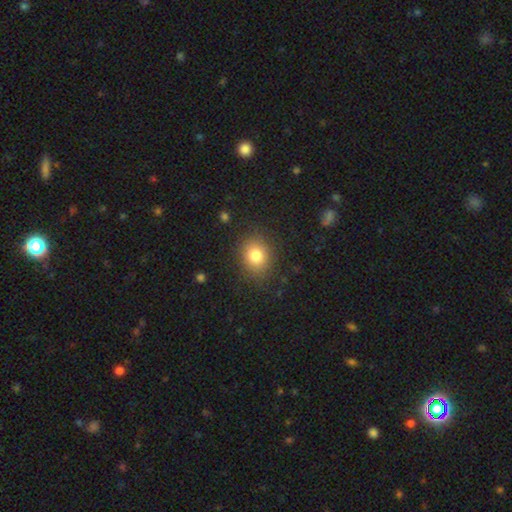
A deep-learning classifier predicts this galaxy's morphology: A smooth galaxy with no disk features (81%) that is round (61%).

Vote fractions:
- Smooth or featured? smooth: 81% / star or artifact: 11% / featured or disk: 8%
- How rounded? round: 61% / in between: 38% / cigar-shaped: 1%
- Merging? none: 85% / minor disturbance: 10% / major disturbance: 4% / merger: 1%